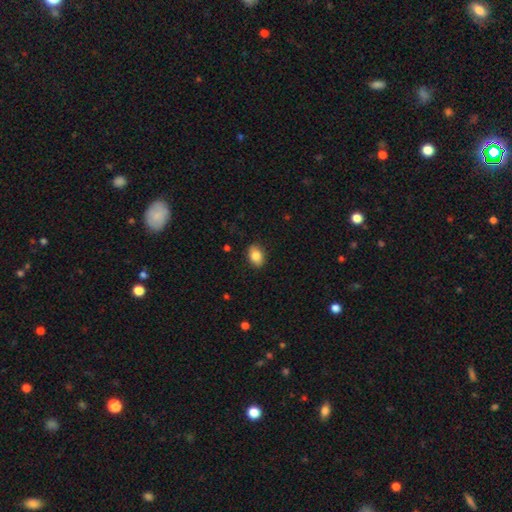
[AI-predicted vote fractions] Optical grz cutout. It shows a smooth galaxy with no disk features (85%) that is in between round and cigar-shaped (74%). Merging: none (85%).